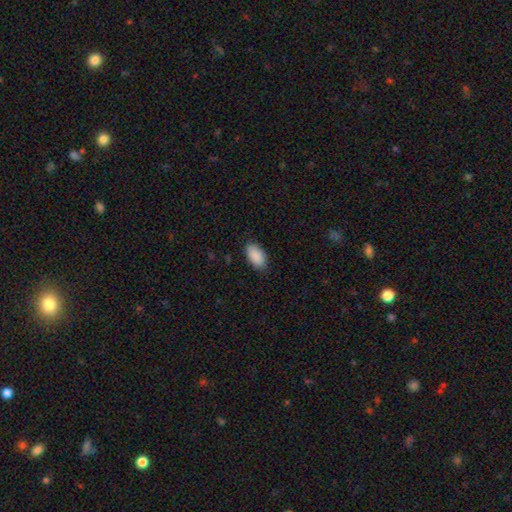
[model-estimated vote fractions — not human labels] A smooth galaxy with no disk features (91%) that is in between round and cigar-shaped (95%). Merging: none (86%).